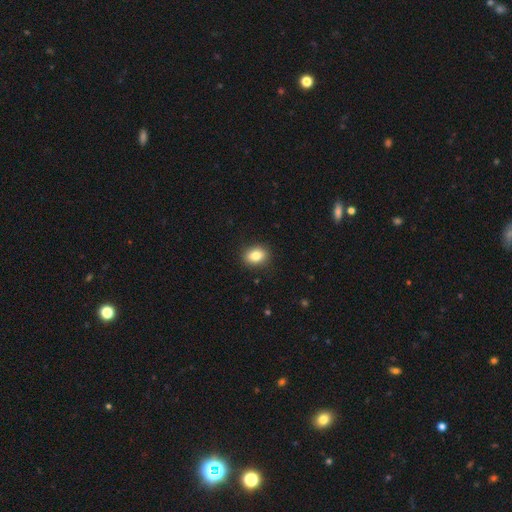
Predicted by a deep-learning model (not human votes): A smooth galaxy with no disk features (84%) that is in between round and cigar-shaped (59%). Merging: none (89%).